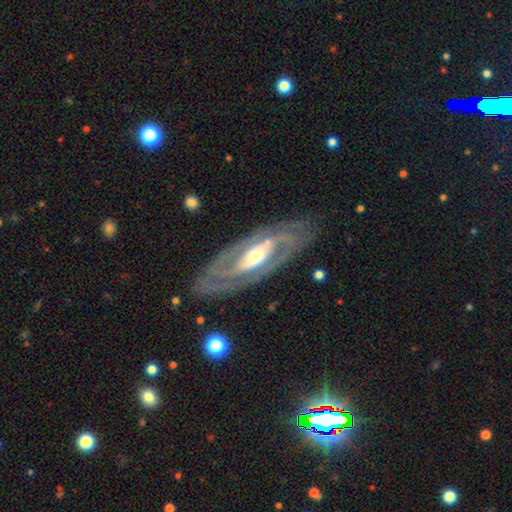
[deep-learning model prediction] Smooth or featured?
  - featured or disk: 87% *
  - smooth: 9%
  - star or artifact: 4%
Edge-on disk?
  - no: 89% *
  - yes: 11%
Bar?
  - strong: 39% *
  - no: 31%
  - weak: 30%
Spiral arms?
  - yes: 87% *
  - no: 13%
Spiral winding?
  - tight: 55% *
  - medium: 35%
  - loose: 10%
Spiral arm count?
  - 2: 74% *
  - can't tell: 14%
  - 3: 5%
  - 1: 3%
  - 4: 2%
  - more than 4: 2%
Bulge size?
  - moderate: 64% *
  - small: 24%
  - large: 9%
  - dominant: 1%
  - none: 1%
Merging?
  - none: 81% *
  - minor disturbance: 12%
  - major disturbance: 5%
  - merger: 1%